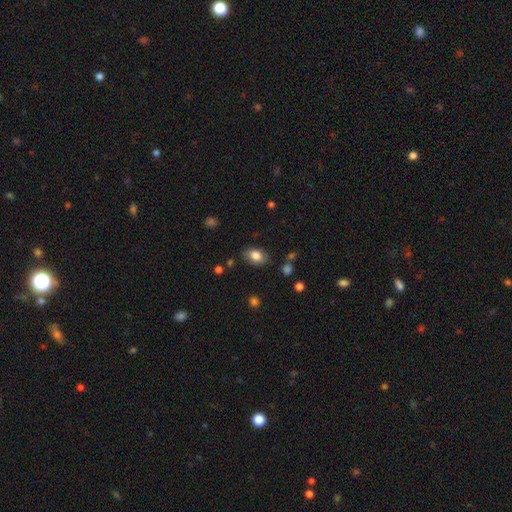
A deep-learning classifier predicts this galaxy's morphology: Q: Smooth or featured?
A: smooth (82%); runner-up: featured or disk (10%)
Q: How rounded?
A: in between (83%); runner-up: round (16%)
Q: Merging?
A: none (82%); runner-up: minor disturbance (13%)